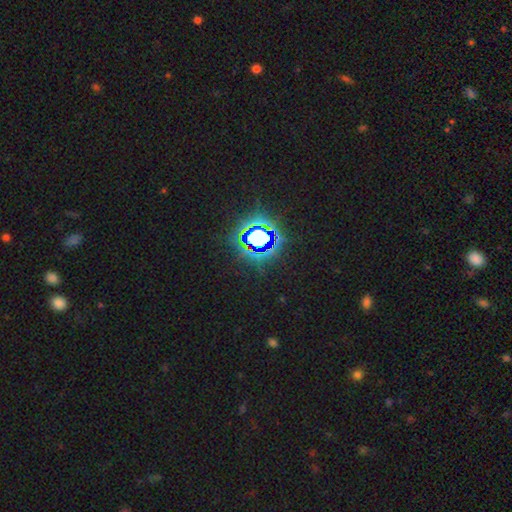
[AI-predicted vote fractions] The model was most divided on "smooth or featured": star or artifact: 81%, smooth: 13%, featured or disk: 7%.